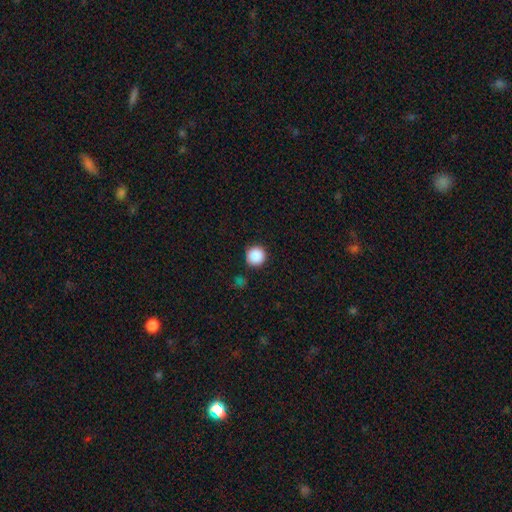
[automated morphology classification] A smooth galaxy with no disk features (88%) that is round (96%). Merging: none (89%).